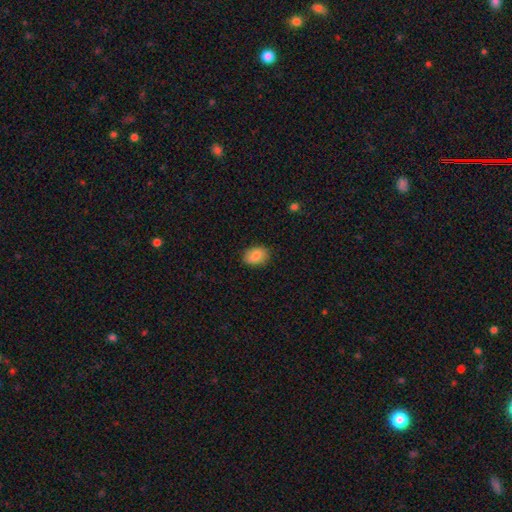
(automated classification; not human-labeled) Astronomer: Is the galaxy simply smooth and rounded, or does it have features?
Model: smooth — 85%.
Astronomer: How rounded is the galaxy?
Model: in between — 73%.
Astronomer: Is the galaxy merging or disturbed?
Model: none — 84%.